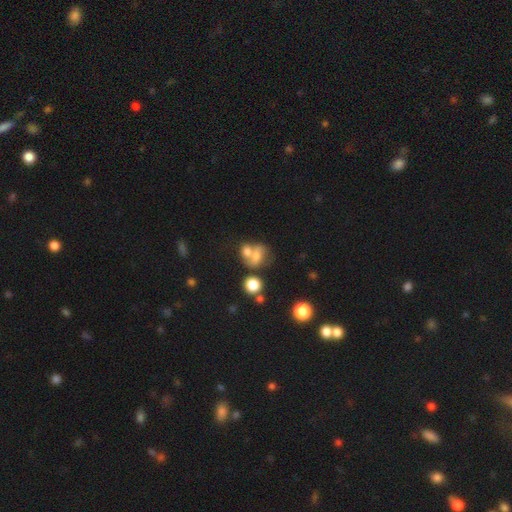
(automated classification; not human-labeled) A smooth galaxy with no disk features (61%) that is in between round and cigar-shaped (58%). Merging: merger (54%).